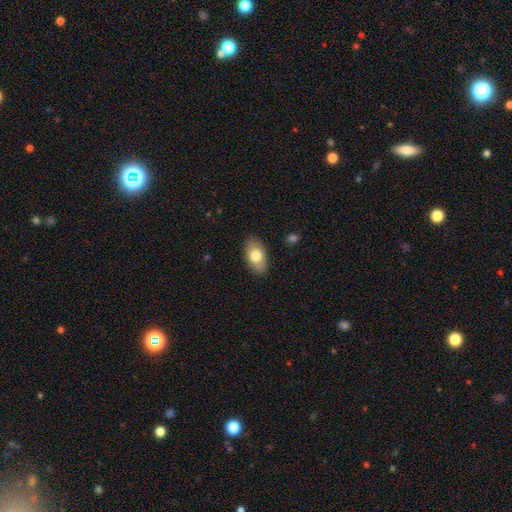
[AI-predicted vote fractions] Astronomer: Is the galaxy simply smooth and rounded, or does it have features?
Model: smooth — 76%.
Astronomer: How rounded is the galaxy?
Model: in between — 92%.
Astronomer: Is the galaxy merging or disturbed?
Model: none — 86%.